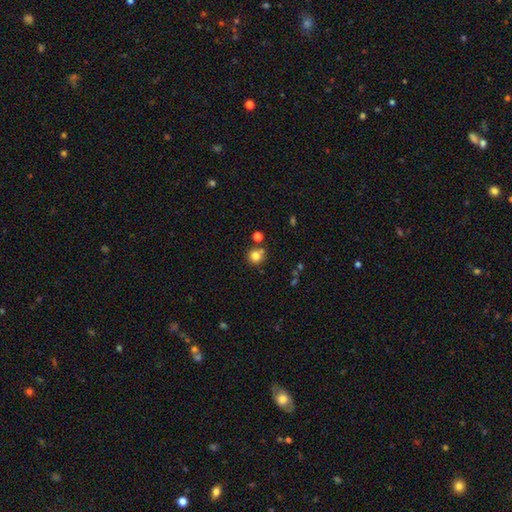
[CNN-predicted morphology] Q: Smooth or featured?
A: smooth (80%); runner-up: star or artifact (13%)
Q: How rounded?
A: round (91%); runner-up: in between (8%)
Q: Merging?
A: none (70%); runner-up: merger (16%)